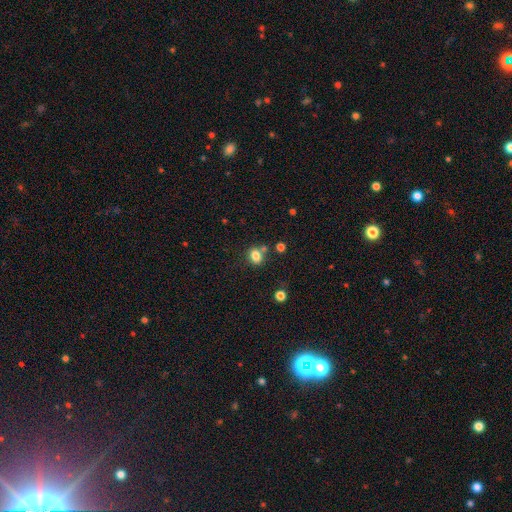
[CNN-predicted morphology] Overall: smooth (81%). How rounded: round (53%; in between 46%). Merging: none (67%).